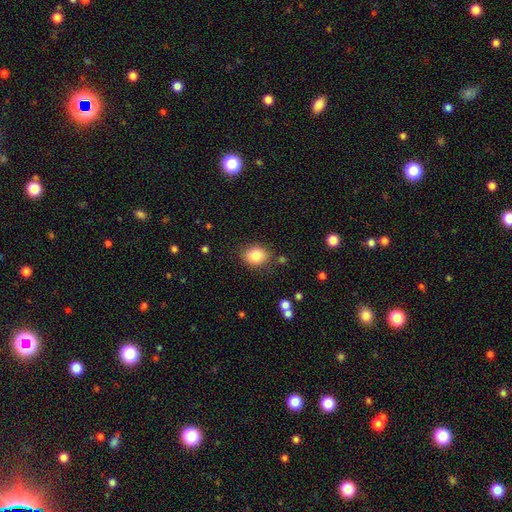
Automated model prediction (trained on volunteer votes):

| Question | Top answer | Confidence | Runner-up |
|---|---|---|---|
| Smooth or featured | smooth | 83% | star or artifact (10%) |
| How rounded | round | 52% | in between (47%) |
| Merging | none | 83% | minor disturbance (11%) |